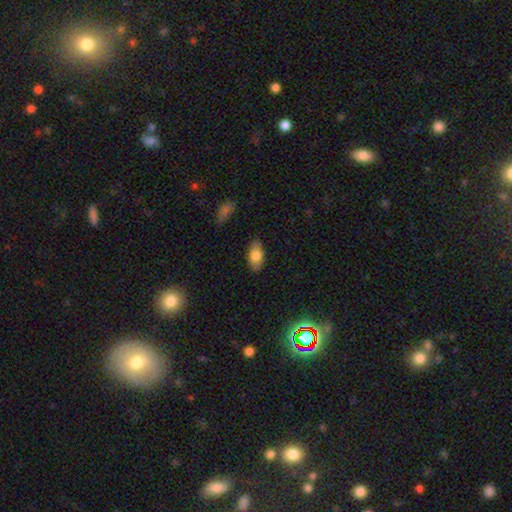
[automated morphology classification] A smooth galaxy with no disk features (79%) that is in between round and cigar-shaped (92%).

Vote fractions:
- Smooth or featured? smooth: 79% / featured or disk: 14% / star or artifact: 7%
- How rounded? in between: 92% / cigar-shaped: 4% / round: 4%
- Merging? none: 85% / minor disturbance: 12% / major disturbance: 2% / merger: 1%